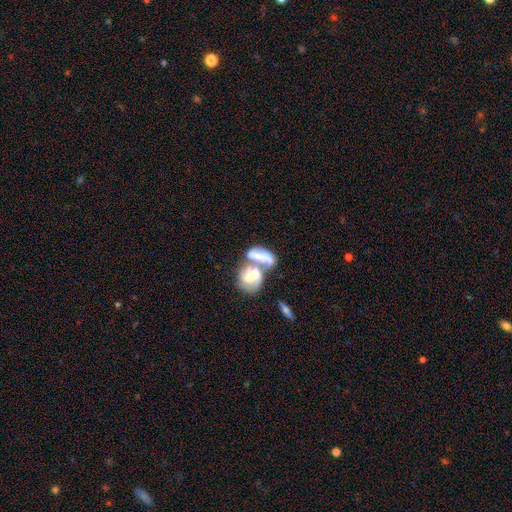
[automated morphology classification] Overall: featured or disk (51%; smooth 41%). Edge-on disk: no (94%). Merging: merger (73%).